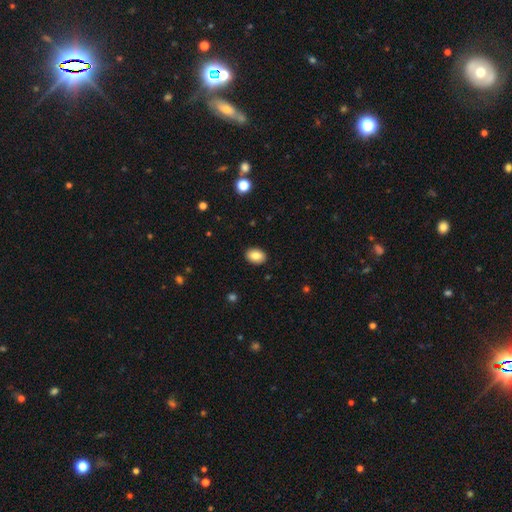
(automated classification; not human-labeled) Smooth or featured? smooth (85%)
How rounded? in between (78%)
Merging? none (90%)